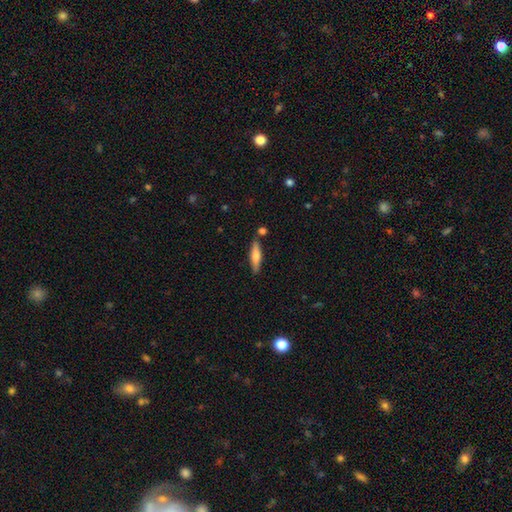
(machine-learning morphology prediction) Smooth or featured?
  - smooth: 58% *
  - featured or disk: 36%
  - star or artifact: 6%
How rounded?
  - cigar-shaped: 75% *
  - in between: 23%
  - round: 2%
Merging?
  - none: 82% *
  - minor disturbance: 11%
  - merger: 5%
  - major disturbance: 2%